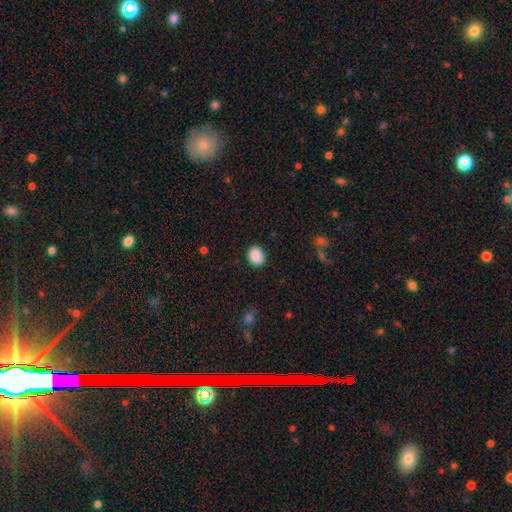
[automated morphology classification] type=smooth (88%); roundness=round (53%); merging=none (82%).